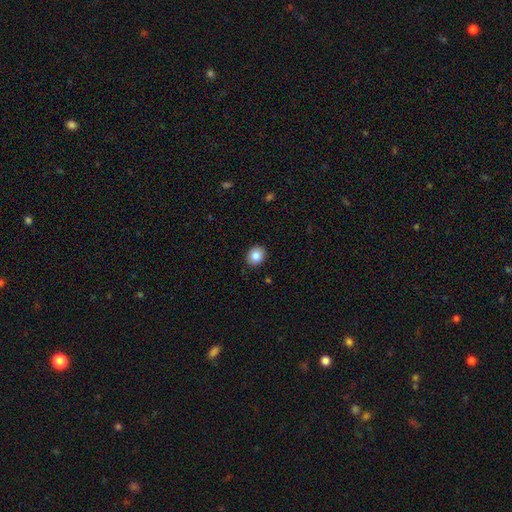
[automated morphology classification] smooth 85%, star or artifact 9%, featured or disk 7%. Down the decision tree: how rounded — round (61%); merging — none (90%).